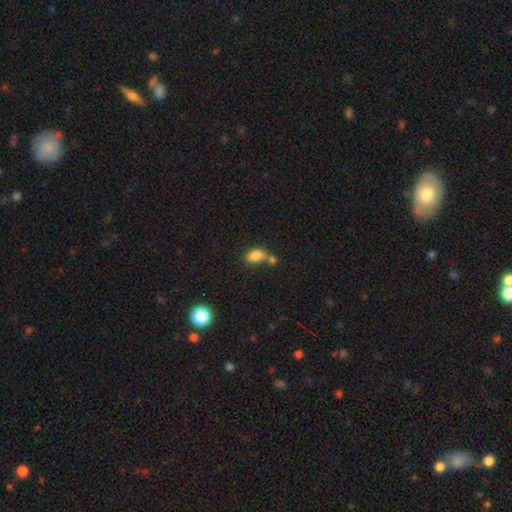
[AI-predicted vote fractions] Q: Smooth or featured?
A: smooth (82%); runner-up: star or artifact (10%)
Q: How rounded?
A: in between (79%); runner-up: round (19%)
Q: Merging?
A: merger (41%); runner-up: none (40%)